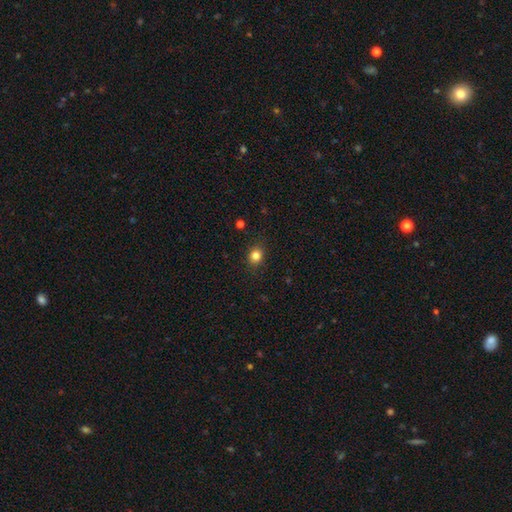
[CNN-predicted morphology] smooth_or_featured: smooth (p=0.83) [alt: star or artifact p=0.12]
how_rounded: round (p=0.69) [alt: in between p=0.30]
merging: none (p=0.88) [alt: minor disturbance p=0.09]